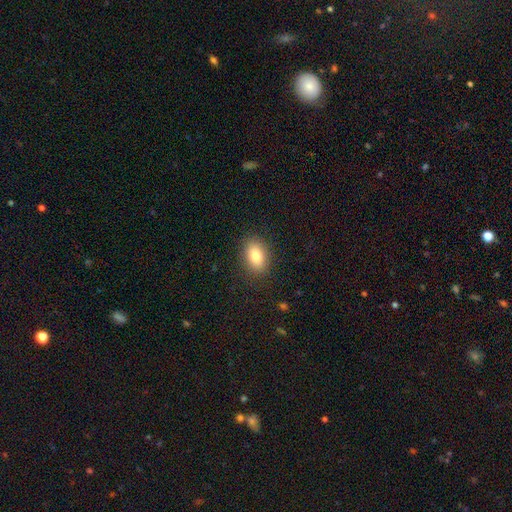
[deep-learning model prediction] smooth-or-featured: smooth: 82% | featured or disk: 9% | star or artifact: 8%
  how-rounded: in between: 83% | round: 16% | cigar-shaped: 2%
  merging: none: 88% | minor disturbance: 9% | major disturbance: 3% | merger: 1%